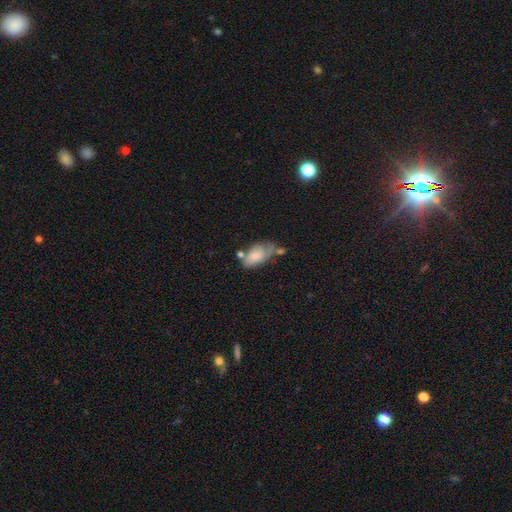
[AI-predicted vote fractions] Overall: smooth (72%). How rounded: in between (92%). Merging: none (40%; minor disturbance 28%).